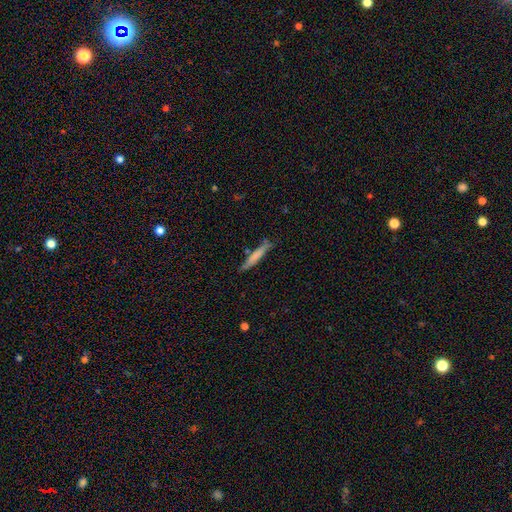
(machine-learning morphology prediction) A smooth galaxy with no disk features (68%) that is cigar-shaped (93%).

Vote fractions:
- Smooth or featured? smooth: 68% / featured or disk: 26% / star or artifact: 6%
- How rounded? cigar-shaped: 93% / in between: 5% / round: 1%
- Merging? none: 76% / minor disturbance: 17% / merger: 4% / major disturbance: 3%